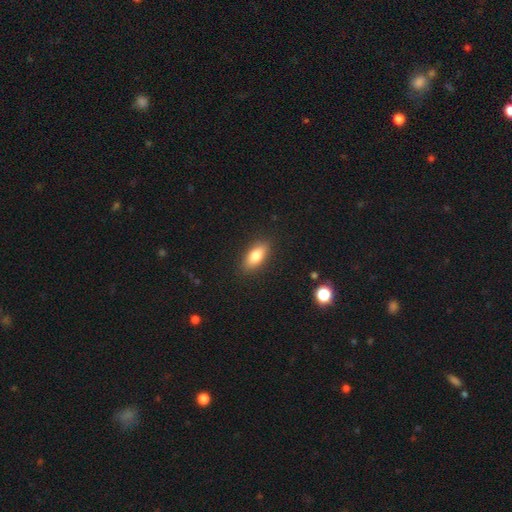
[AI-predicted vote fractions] Overall: smooth (79%). How rounded: in between (81%). Merging: none (88%).